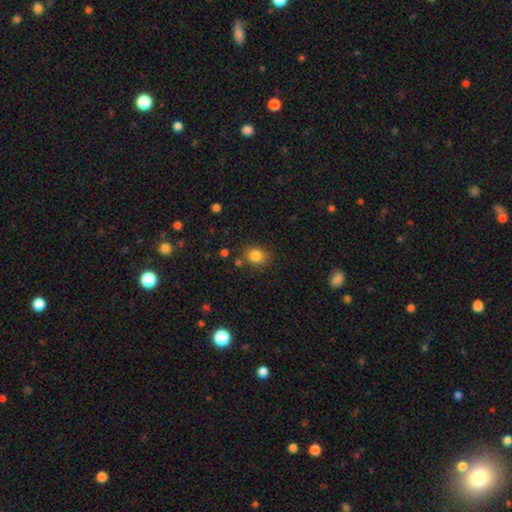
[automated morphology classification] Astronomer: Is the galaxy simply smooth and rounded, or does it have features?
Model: smooth — 83%.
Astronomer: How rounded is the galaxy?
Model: round — 64%.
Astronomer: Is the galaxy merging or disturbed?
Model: none — 79%.